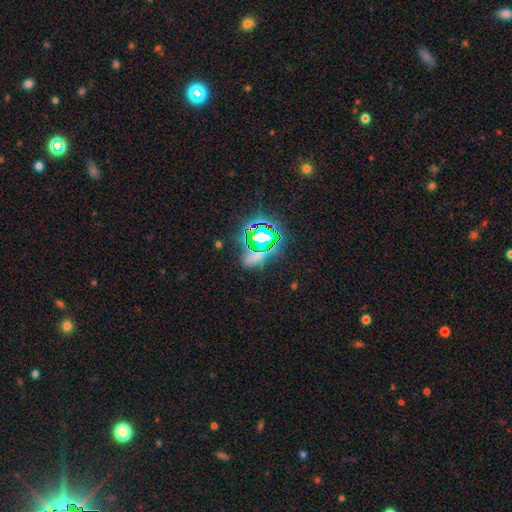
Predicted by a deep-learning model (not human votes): Smooth or featured? star or artifact (63%)